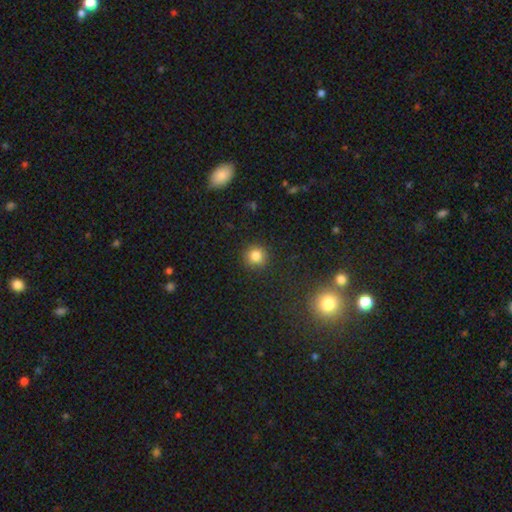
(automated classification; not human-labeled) A smooth galaxy with no disk features (83%) that is round (92%). Merging: none (89%).